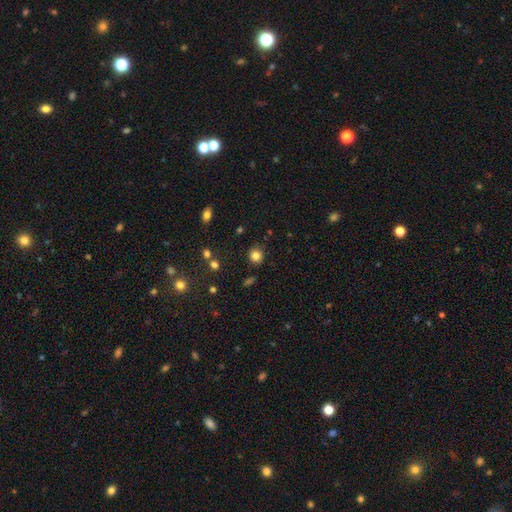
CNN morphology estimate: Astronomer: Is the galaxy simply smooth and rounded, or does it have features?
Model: smooth — 82%.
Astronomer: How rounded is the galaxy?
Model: round — 83%.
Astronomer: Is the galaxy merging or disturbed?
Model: none — 87%.